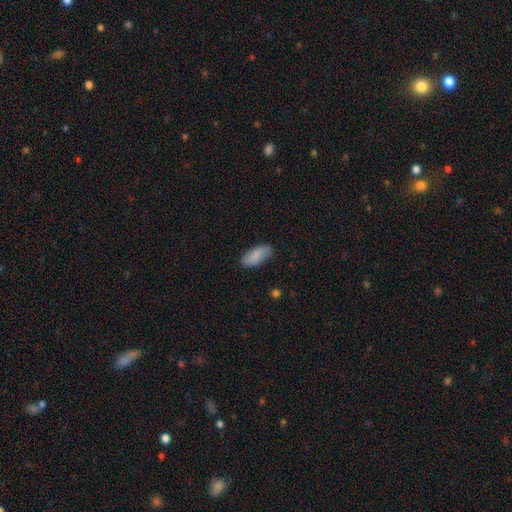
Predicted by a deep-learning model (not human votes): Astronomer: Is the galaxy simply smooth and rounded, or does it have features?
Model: smooth — 83%.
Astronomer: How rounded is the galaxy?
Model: in between — 88%.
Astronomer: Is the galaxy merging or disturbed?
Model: none — 83%.